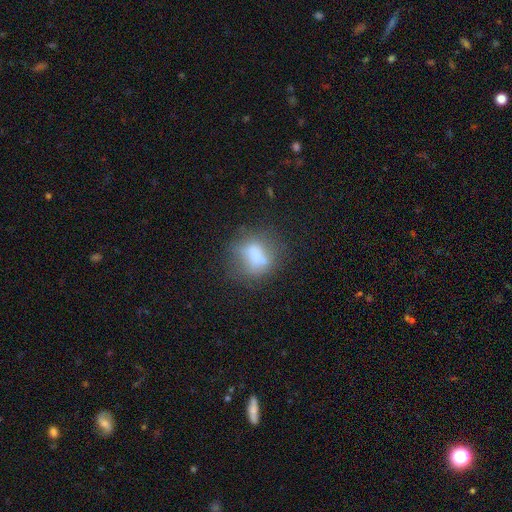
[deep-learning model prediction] smooth-or-featured: smooth: 59% | featured or disk: 29% | star or artifact: 13%
  how-rounded: round: 59% | in between: 38% | cigar-shaped: 3%
  merging: none: 49% | minor disturbance: 20% | merger: 17% | major disturbance: 14%